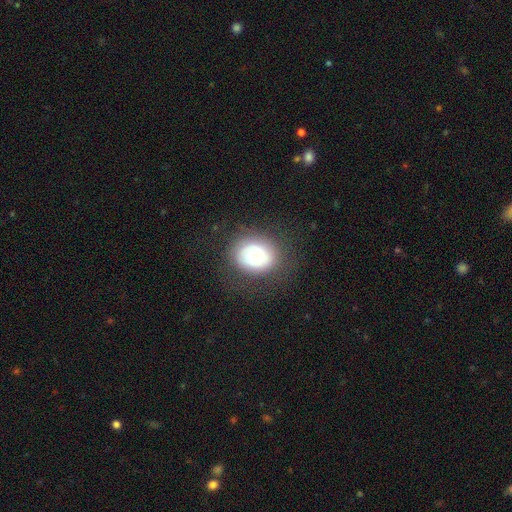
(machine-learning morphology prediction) smooth-or-featured: smooth: 59% | featured or disk: 31% | star or artifact: 9%
  how-rounded: round: 59% | in between: 40% | cigar-shaped: 1%
  merging: none: 73% | minor disturbance: 16% | major disturbance: 10% | merger: 1%